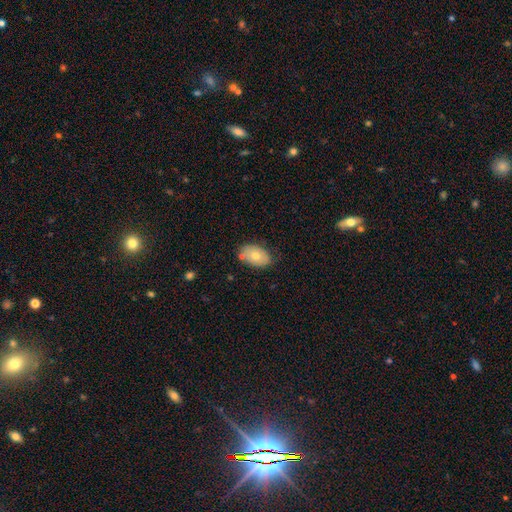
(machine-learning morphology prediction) type=smooth (72%); roundness=in between (88%); merging=none (72%).